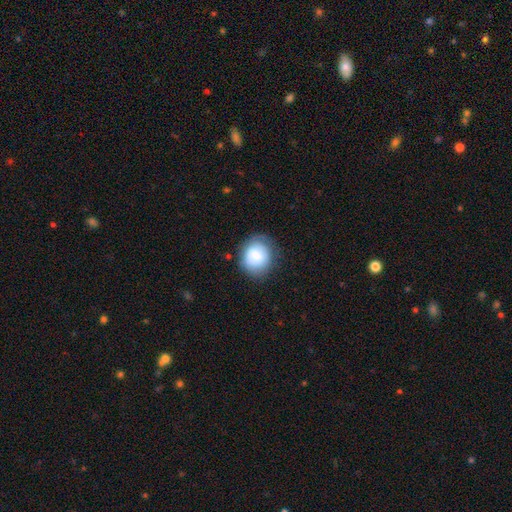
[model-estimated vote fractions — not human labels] smooth_or_featured: smooth (p=0.77) [alt: featured or disk p=0.16]
how_rounded: round (p=0.71) [alt: in between p=0.28]
merging: none (p=0.72) [alt: minor disturbance p=0.20]